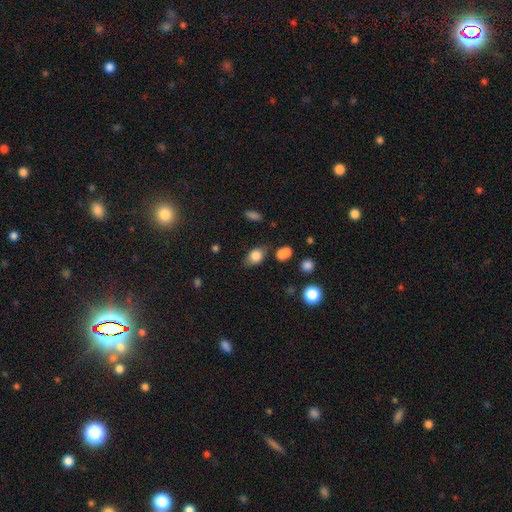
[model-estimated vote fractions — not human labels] Morphology: type=smooth (80%); roundness=in between (75%); merging=none (66%).